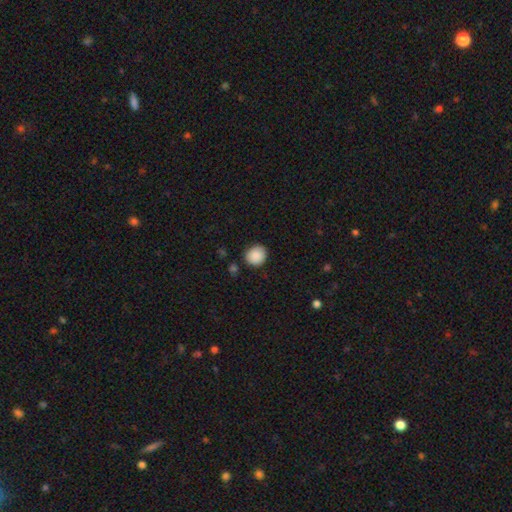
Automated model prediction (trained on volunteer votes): Smooth or featured: smooth — 89% (star or artifact — 8%)
How rounded: round — 82% (in between — 17%)
Merging: none — 83% (minor disturbance — 12%)